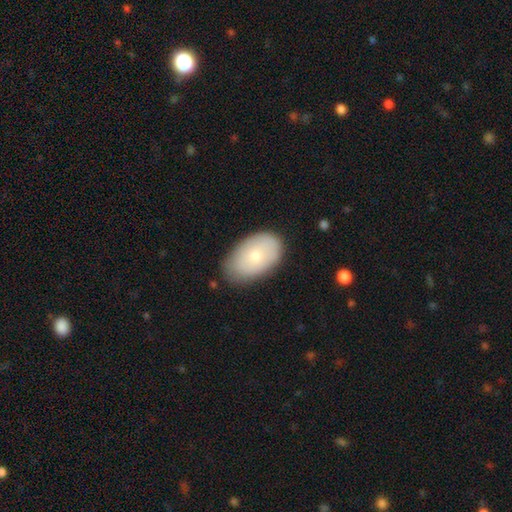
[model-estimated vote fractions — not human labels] smooth-or-featured: smooth: 71% | featured or disk: 22% | star or artifact: 7%
  how-rounded: in between: 92% | round: 7% | cigar-shaped: 1%
  merging: none: 77% | minor disturbance: 18% | major disturbance: 4% | merger: 1%